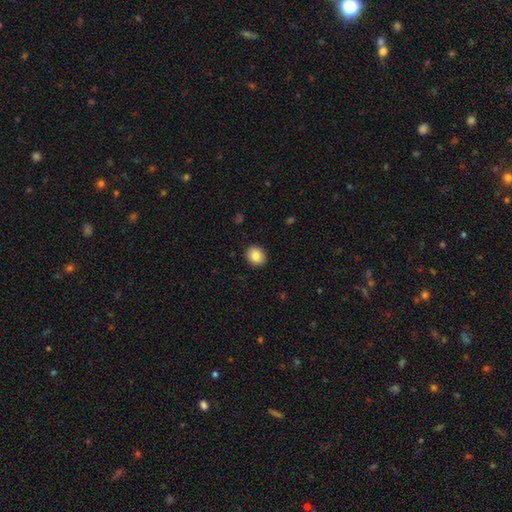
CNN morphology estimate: The model was most divided on "how rounded": round: 66%, in between: 33%, cigar-shaped: 1%. More confident: merging — none (90%); smooth or featured — smooth (86%).